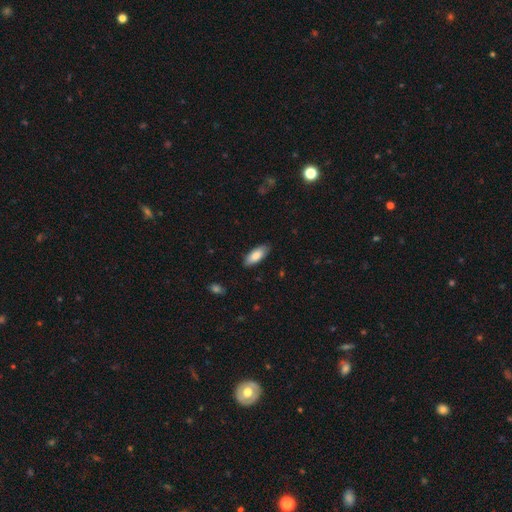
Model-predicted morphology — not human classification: A smooth galaxy with no disk features (84%) that is in between round and cigar-shaped (79%).

Vote fractions:
- Smooth or featured? smooth: 84% / featured or disk: 10% / star or artifact: 6%
- How rounded? in between: 79% / cigar-shaped: 19% / round: 2%
- Merging? none: 85% / minor disturbance: 12% / major disturbance: 2% / merger: 1%